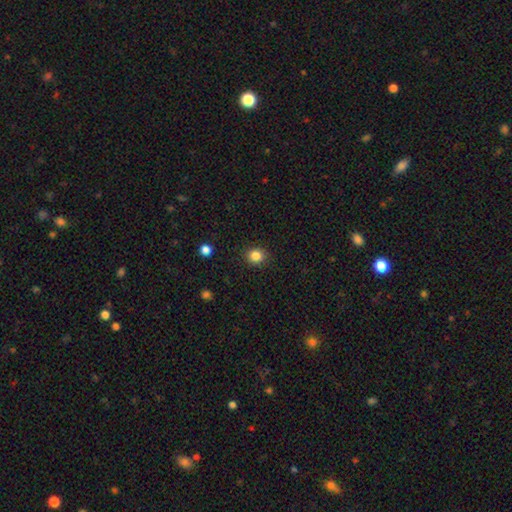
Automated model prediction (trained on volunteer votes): This appears to be a smooth galaxy with no disk features (85%) that is round (81%). Merging: none (90%).